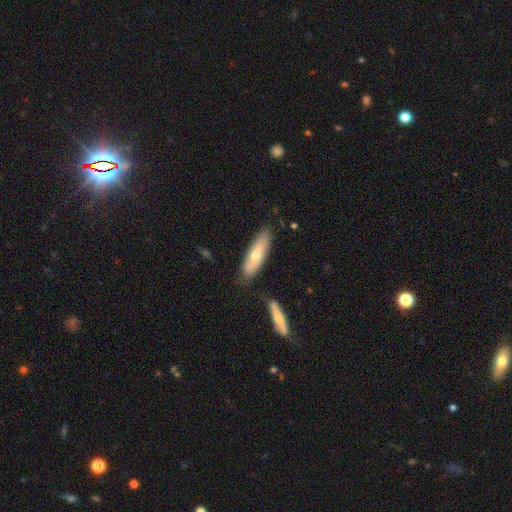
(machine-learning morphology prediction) This appears to be a smooth galaxy with no disk features (54%) that is cigar-shaped (63%). Merging: none (78%).